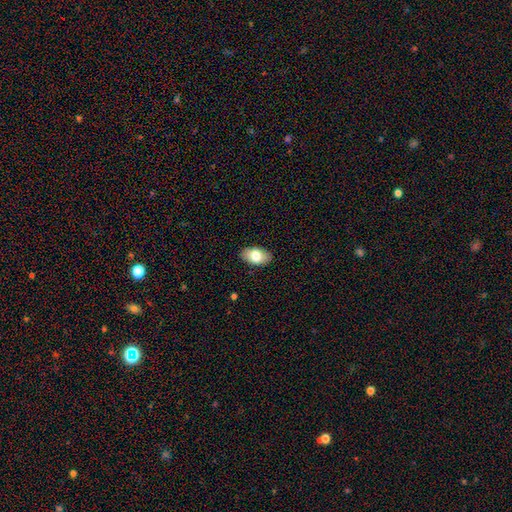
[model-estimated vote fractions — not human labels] smooth-or-featured: smooth: 76% | featured or disk: 17% | star or artifact: 7%
  how-rounded: in between: 92% | round: 6% | cigar-shaped: 2%
  merging: none: 87% | minor disturbance: 10% | major disturbance: 2% | merger: 1%